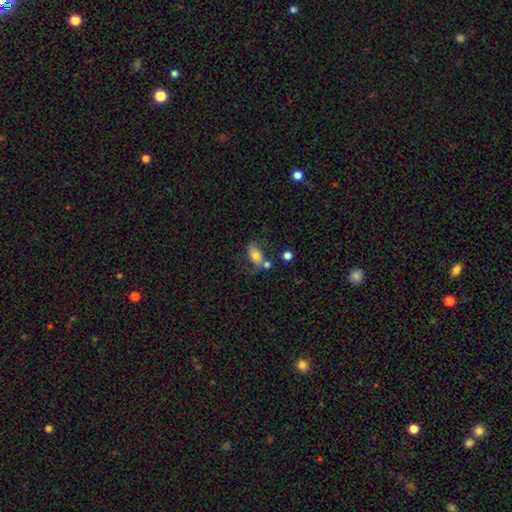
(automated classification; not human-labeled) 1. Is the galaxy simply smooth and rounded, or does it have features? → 68% smooth, 22% featured or disk, 9% star or artifact.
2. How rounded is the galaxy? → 85% in between, 11% round, 4% cigar-shaped.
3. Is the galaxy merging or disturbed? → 44% none, 23% merger, 21% minor disturbance, 13% major disturbance.